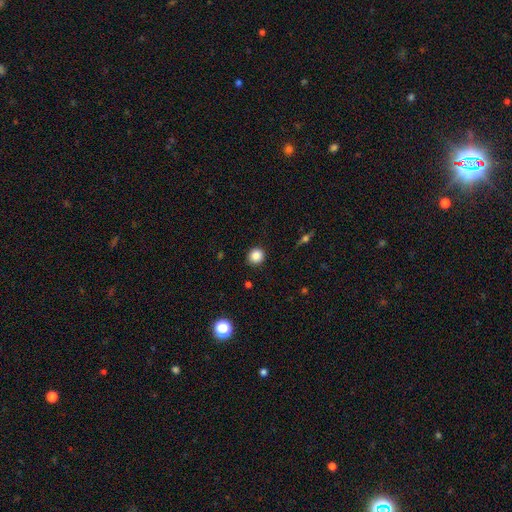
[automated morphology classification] Overall: smooth (86%). How rounded: round (90%). Merging: none (91%).